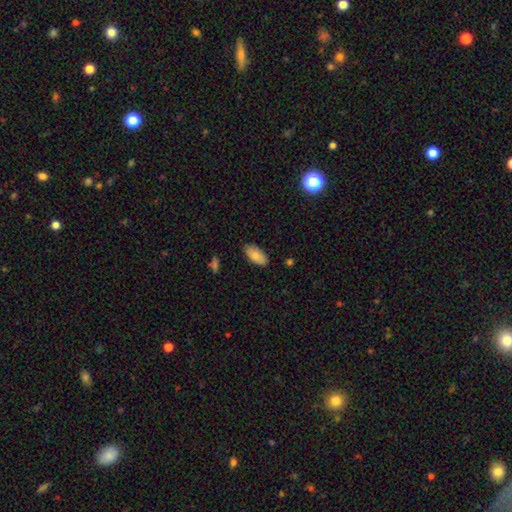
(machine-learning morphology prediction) Smooth or featured: smooth — 86% (featured or disk — 8%)
How rounded: in between — 93% (cigar-shaped — 5%)
Merging: none — 83% (minor disturbance — 13%)